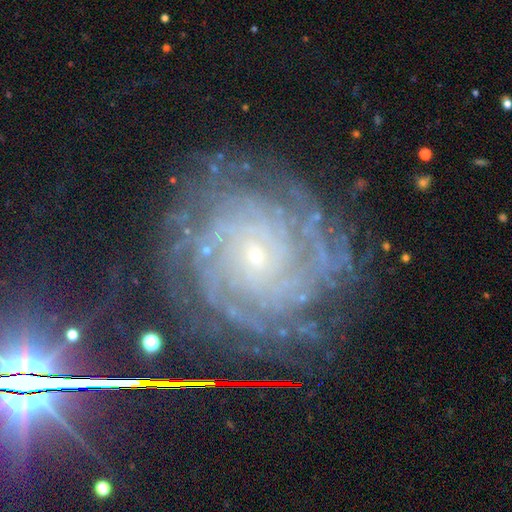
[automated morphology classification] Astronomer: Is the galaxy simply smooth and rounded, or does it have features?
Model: featured or disk — 86%.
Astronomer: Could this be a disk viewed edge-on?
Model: no — 97%.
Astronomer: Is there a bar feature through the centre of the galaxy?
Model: no — 71%.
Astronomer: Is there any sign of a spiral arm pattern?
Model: yes — 98%.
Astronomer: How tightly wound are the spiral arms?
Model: tight — 81%.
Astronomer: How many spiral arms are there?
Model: can't tell — 25% (runner-up: more than 4, 23%).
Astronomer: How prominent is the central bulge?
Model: small — 84%.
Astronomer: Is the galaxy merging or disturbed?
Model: none — 77%.